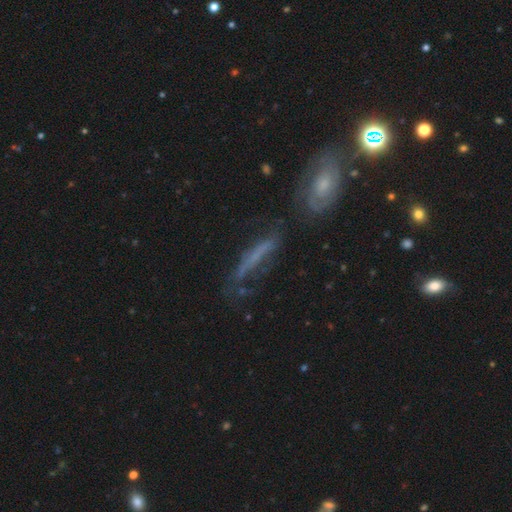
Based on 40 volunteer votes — Smooth or featured? 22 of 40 (55%) said smooth. How rounded? 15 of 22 (68%) said cigar-shaped. Merging? 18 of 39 (46%) said none.